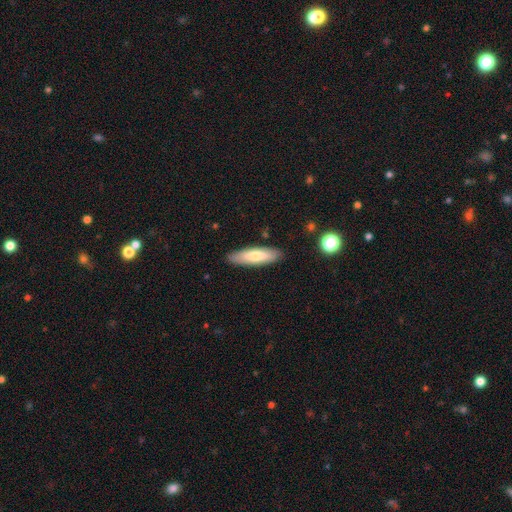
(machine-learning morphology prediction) Q: Smooth or featured?
A: smooth (70%); runner-up: featured or disk (24%)
Q: How rounded?
A: cigar-shaped (61%); runner-up: in between (37%)
Q: Merging?
A: none (87%); runner-up: minor disturbance (10%)